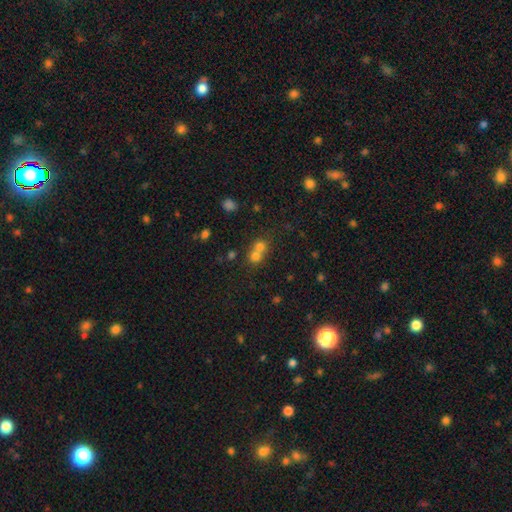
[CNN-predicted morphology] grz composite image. It shows a smooth galaxy with no disk features (71%) that is round (83%). Merging: merger (62%).